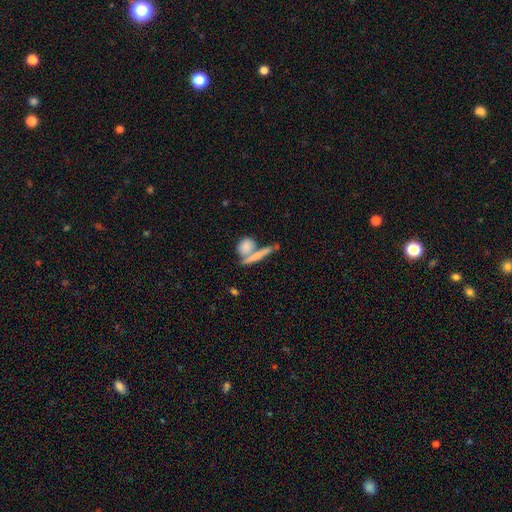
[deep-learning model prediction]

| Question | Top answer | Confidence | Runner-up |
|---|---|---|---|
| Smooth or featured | smooth | 59% | featured or disk (31%) |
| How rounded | cigar-shaped | 56% | in between (27%) |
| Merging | none | 47% | merger (39%) |